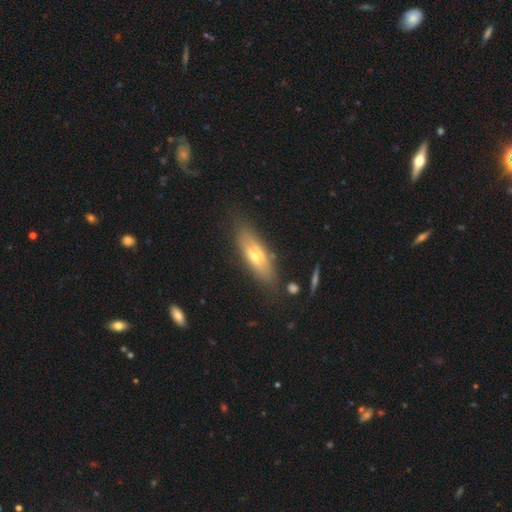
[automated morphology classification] smooth-or-featured: featured or disk: 51% | smooth: 41% | star or artifact: 8%
  disk-edge-on: yes: 71% | no: 29%
  merging: none: 77% | minor disturbance: 16% | major disturbance: 5% | merger: 3%